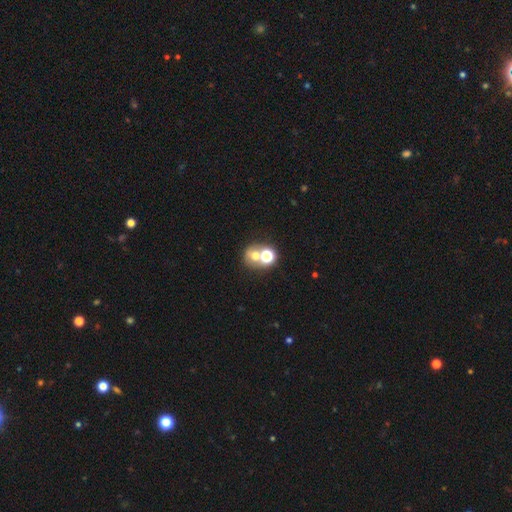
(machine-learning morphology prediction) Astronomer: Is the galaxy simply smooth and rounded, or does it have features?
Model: smooth — 58%.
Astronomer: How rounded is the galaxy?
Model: round — 70%.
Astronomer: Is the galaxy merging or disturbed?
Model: merger — 49% (runner-up: none, 38%).